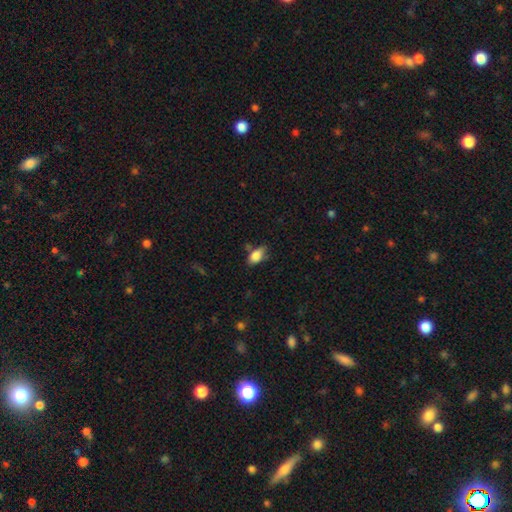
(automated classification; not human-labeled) This is clearly a smooth galaxy (82%). How rounded: clearly in between (88%). Merging: possibly none (57%).